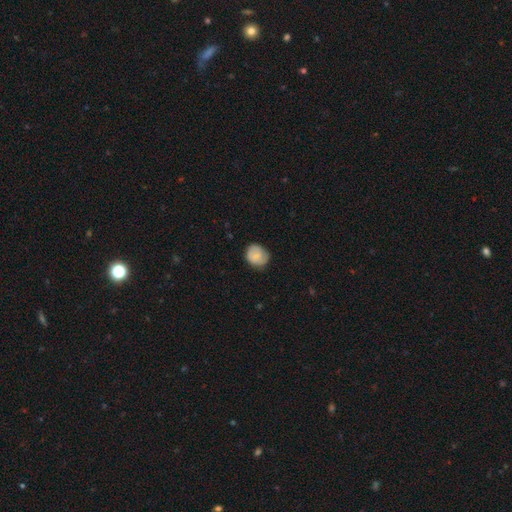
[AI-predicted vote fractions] smooth-or-featured: smooth: 75% | featured or disk: 17% | star or artifact: 7%
  how-rounded: round: 73% | in between: 26% | cigar-shaped: 1%
  merging: none: 72% | minor disturbance: 23% | major disturbance: 5% | merger: 1%